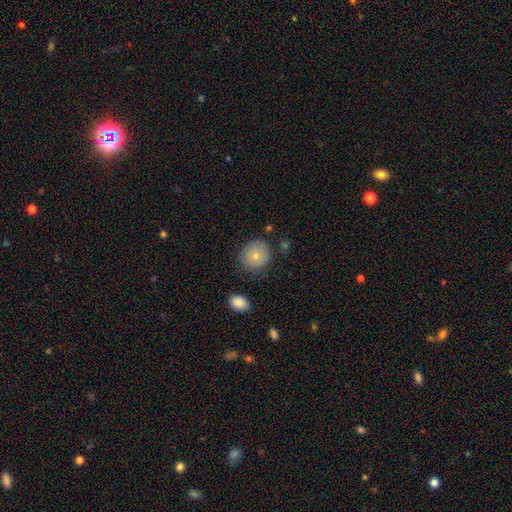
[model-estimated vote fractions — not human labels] A smooth galaxy with no disk features (76%) that is round (88%). Merging: none (80%).